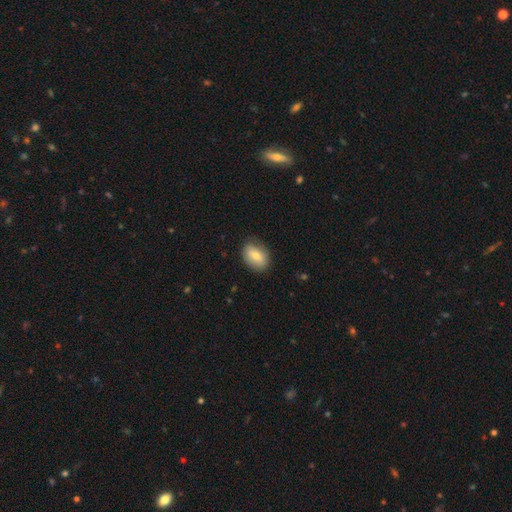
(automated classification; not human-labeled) This is likely a smooth galaxy (75%). How rounded: clearly in between (80%). Merging: likely none (80%).